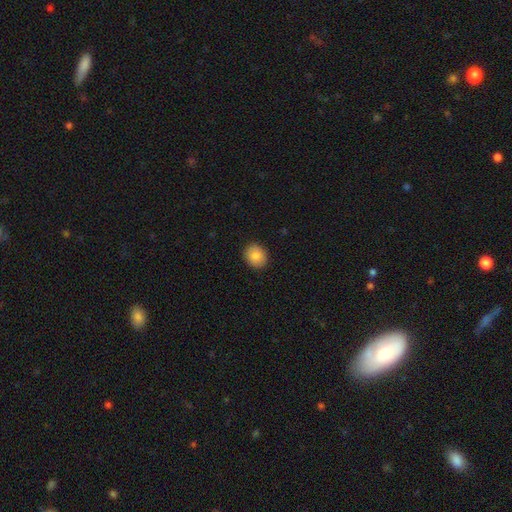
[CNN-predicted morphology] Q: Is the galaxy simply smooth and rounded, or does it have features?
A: smooth — 86%.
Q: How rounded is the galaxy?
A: round — 68%.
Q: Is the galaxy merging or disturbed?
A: none — 91%.